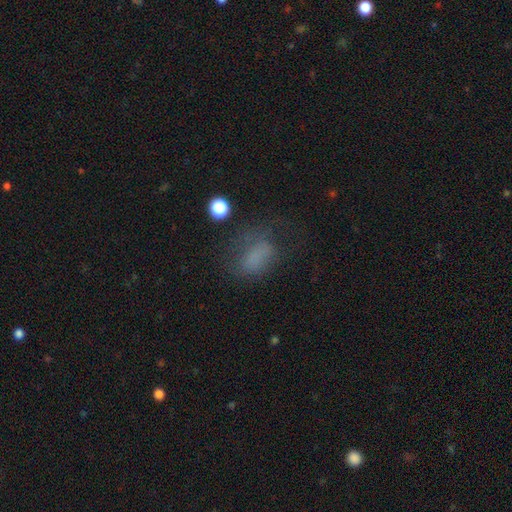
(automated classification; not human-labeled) Smooth or featured? smooth (64%)
How rounded? in between (76%)
Merging? none (45%)